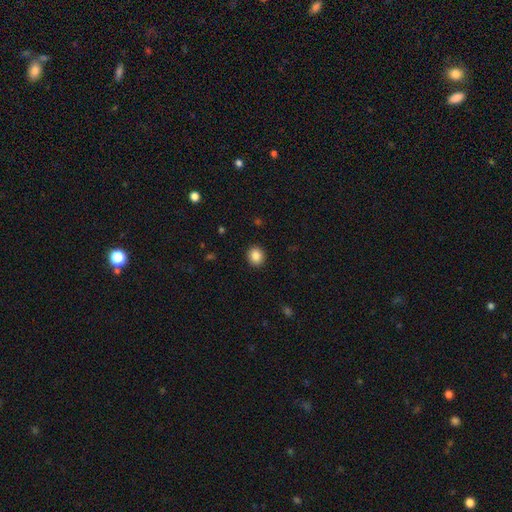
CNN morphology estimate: Overall: smooth (87%). How rounded: round (79%). Merging: none (91%).